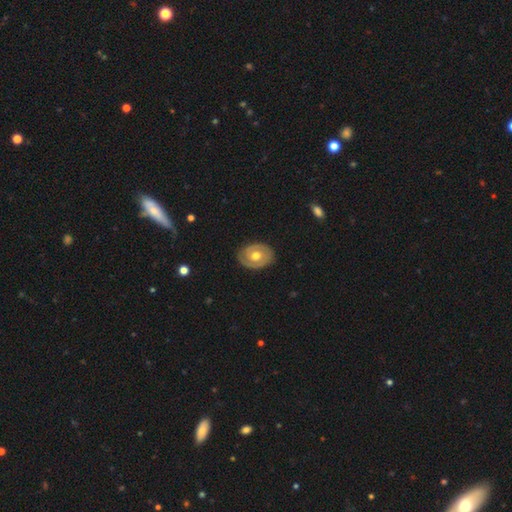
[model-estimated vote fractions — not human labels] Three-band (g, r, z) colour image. It shows a featured or disk galaxy (63%) with no bar (77%), spiral arms (50%, tied with no) and a moderate central bulge (80%). Merging: none (83%).